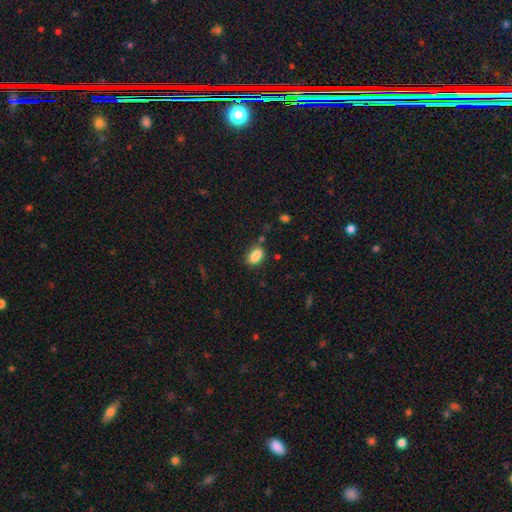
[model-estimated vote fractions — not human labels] Morphology: type=smooth (86%); roundness=in between (85%); merging=none (72%).